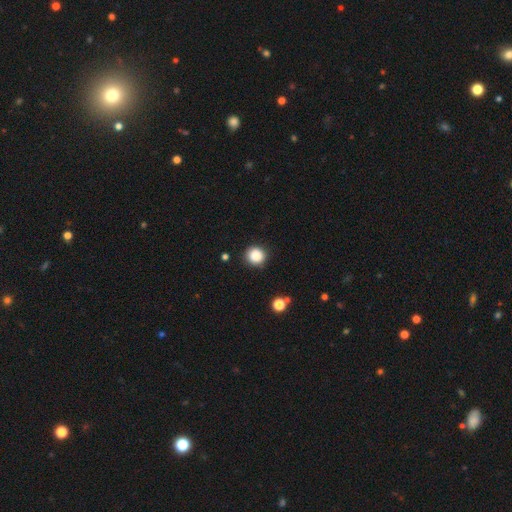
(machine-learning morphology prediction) smooth_or_featured: smooth (p=0.86) [alt: star or artifact p=0.10]
how_rounded: round (p=0.90) [alt: in between p=0.09]
merging: none (p=0.88) [alt: minor disturbance p=0.09]